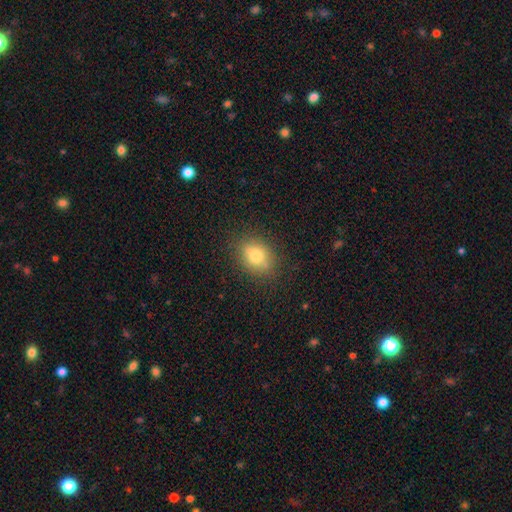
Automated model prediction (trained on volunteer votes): smooth_or_featured: smooth (p=0.75) [alt: featured or disk p=0.14]
how_rounded: in between (p=0.58) [alt: round p=0.39]
merging: none (p=0.79) [alt: minor disturbance p=0.14]